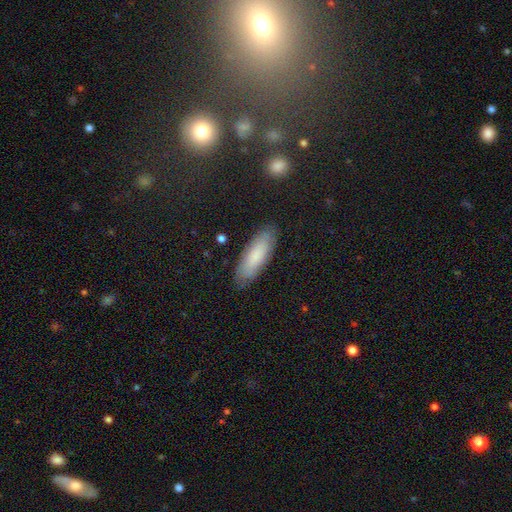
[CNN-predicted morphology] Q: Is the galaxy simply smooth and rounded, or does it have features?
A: smooth — 77%.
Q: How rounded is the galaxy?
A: in between — 59%.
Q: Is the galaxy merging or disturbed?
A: none — 85%.